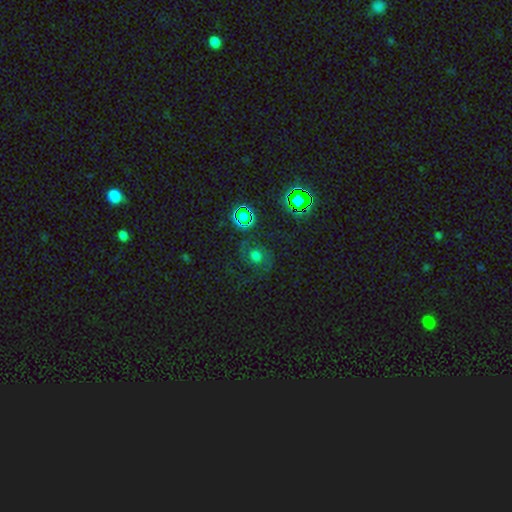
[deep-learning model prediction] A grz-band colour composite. It shows a featured or disk galaxy (44%). Merging: none (68%).